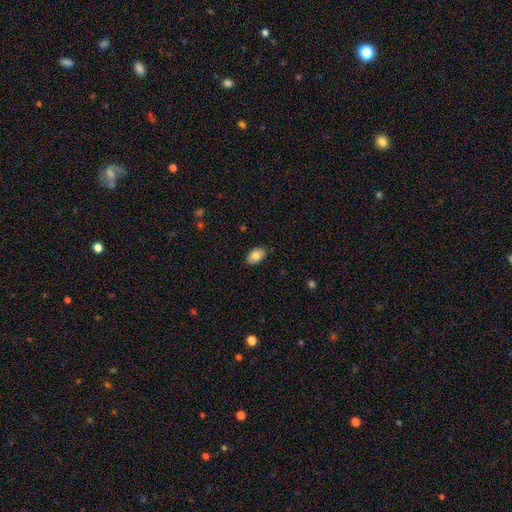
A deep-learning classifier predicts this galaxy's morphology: A smooth galaxy with no disk features (80%) that is in between round and cigar-shaped (90%).

Vote fractions:
- Smooth or featured? smooth: 80% / featured or disk: 12% / star or artifact: 7%
- How rounded? in between: 90% / round: 9% / cigar-shaped: 1%
- Merging? none: 85% / minor disturbance: 12% / major disturbance: 2% / merger: 1%